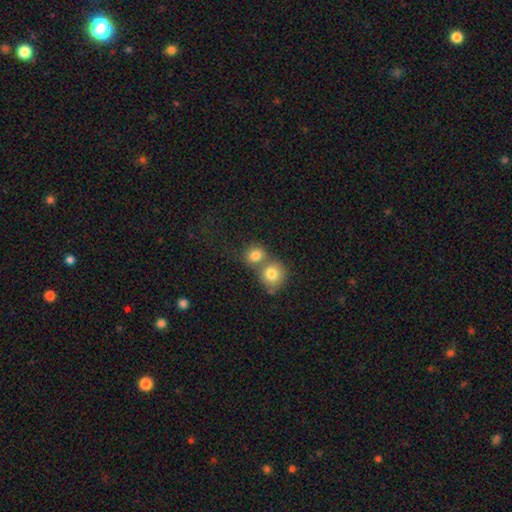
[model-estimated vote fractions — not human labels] This appears to be a smooth galaxy with no disk features (81%) that is round (73%). Merging: merger (51%).